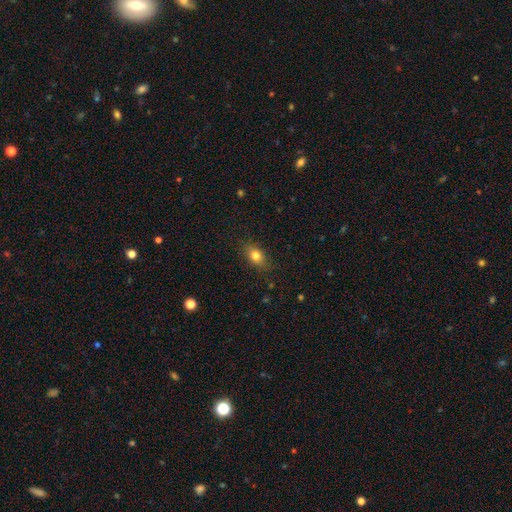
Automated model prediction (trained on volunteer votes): Smooth or featured?
  - smooth: 80% *
  - star or artifact: 11%
  - featured or disk: 9%
How rounded?
  - in between: 72% *
  - round: 25%
  - cigar-shaped: 3%
Merging?
  - none: 84% *
  - minor disturbance: 12%
  - major disturbance: 3%
  - merger: 1%